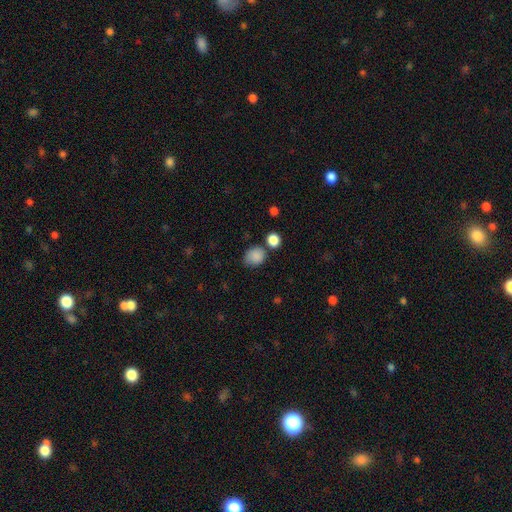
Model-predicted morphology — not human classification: This is clearly a smooth galaxy (86%). How rounded: possibly round (59%). Merging: likely none (63%).